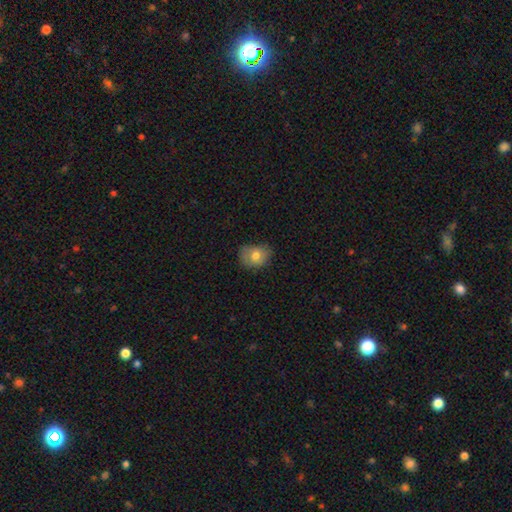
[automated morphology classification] Smooth or featured: smooth — 76% (featured or disk — 15%)
How rounded: in between — 55% (round — 44%)
Merging: none — 66% (minor disturbance — 27%)